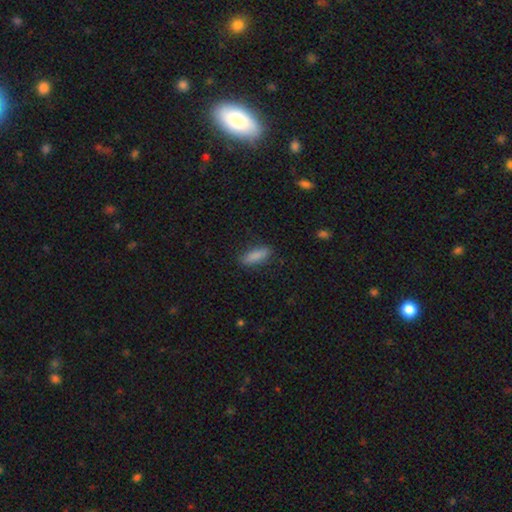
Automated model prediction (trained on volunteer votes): Morphology: type=smooth (86%); roundness=in between (60%); merging=none (82%).